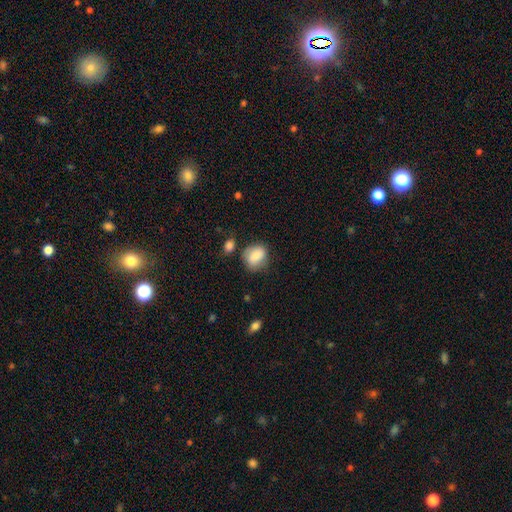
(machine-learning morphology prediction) smooth 84%, featured or disk 8%, star or artifact 8%. Down the decision tree: how rounded — in between (50%); merging — none (64%).